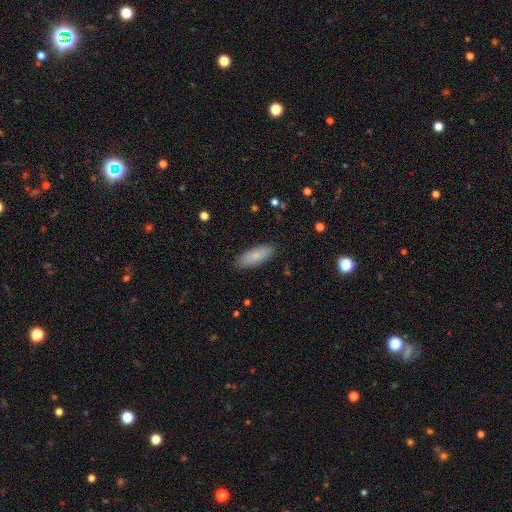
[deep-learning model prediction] Q: Smooth or featured?
A: smooth (83%); runner-up: featured or disk (11%)
Q: How rounded?
A: in between (70%); runner-up: cigar-shaped (29%)
Q: Merging?
A: none (88%); runner-up: minor disturbance (9%)